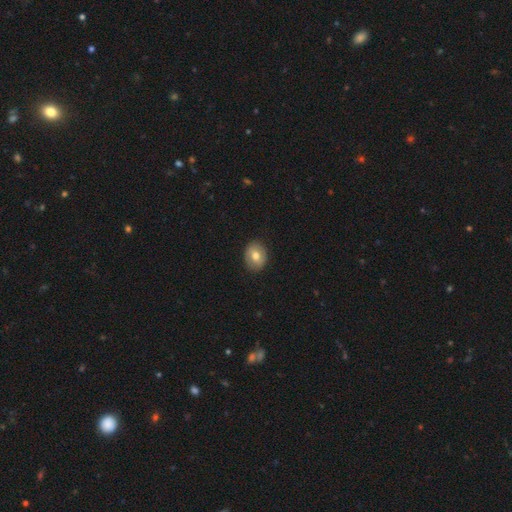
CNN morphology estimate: The model was most divided on "how rounded": in between: 50%, round: 49%, cigar-shaped: 1%. More confident: merging — none (88%); smooth or featured — smooth (71%).